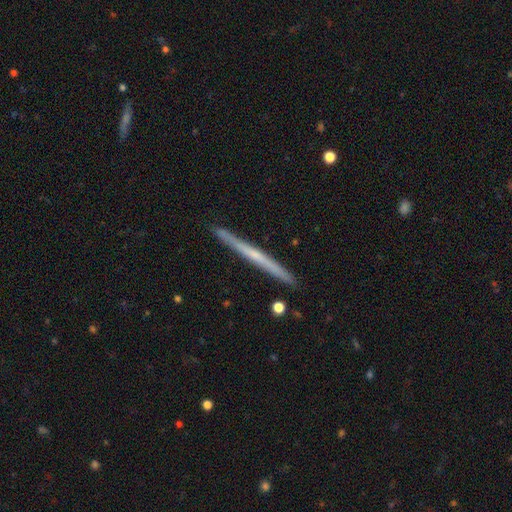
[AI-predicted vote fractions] This is likely a featured or disk galaxy (61%). It is clearly viewed edge-on (98%). Edge-on bulge: likely none (73%). Merging: clearly none (91%).